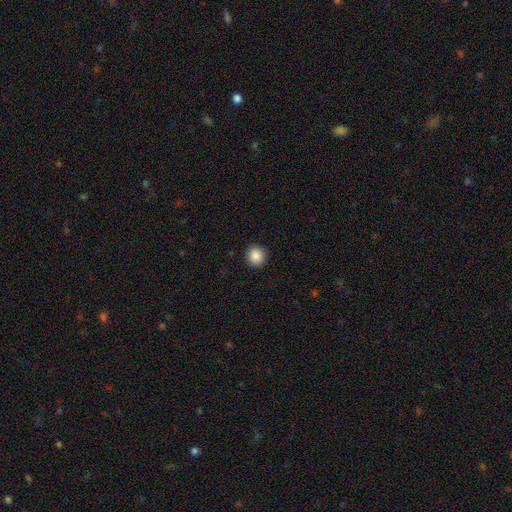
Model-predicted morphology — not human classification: Smooth or featured: smooth — 88% (star or artifact — 9%)
How rounded: round — 91% (in between — 9%)
Merging: none — 92% (minor disturbance — 5%)